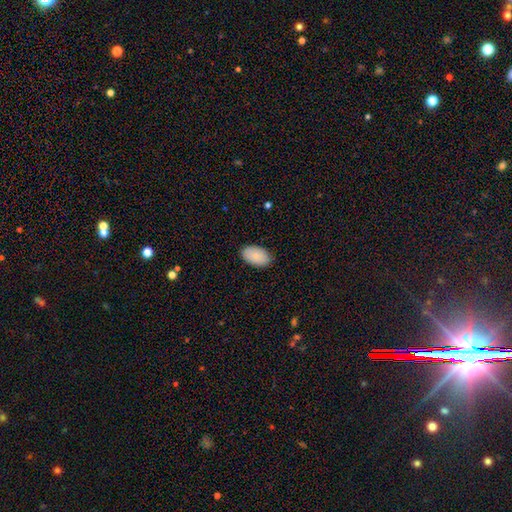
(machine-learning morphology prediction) smooth 87%, featured or disk 7%, star or artifact 6%. Down the decision tree: how rounded — in between (94%); merging — none (87%).